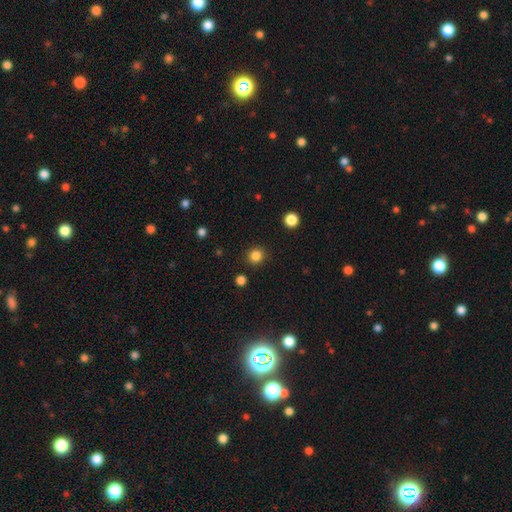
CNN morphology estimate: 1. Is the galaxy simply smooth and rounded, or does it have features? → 84% smooth, 13% star or artifact, 4% featured or disk.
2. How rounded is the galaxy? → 92% round, 8% in between, 1% cigar-shaped.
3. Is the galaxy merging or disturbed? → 90% none, 6% minor disturbance, 2% major disturbance, 2% merger.